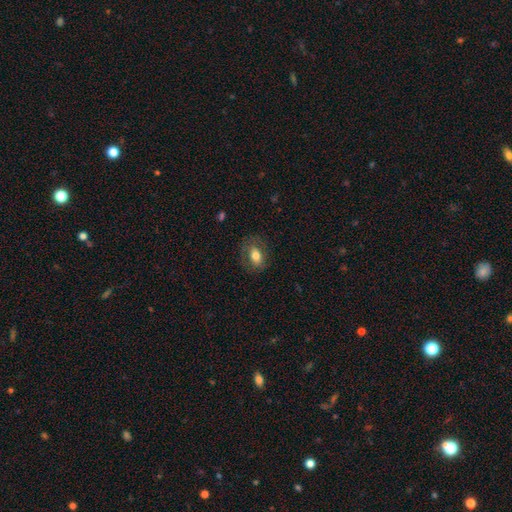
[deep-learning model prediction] Morphology: type=smooth (67%); roundness=in between (73%); merging=none (76%).